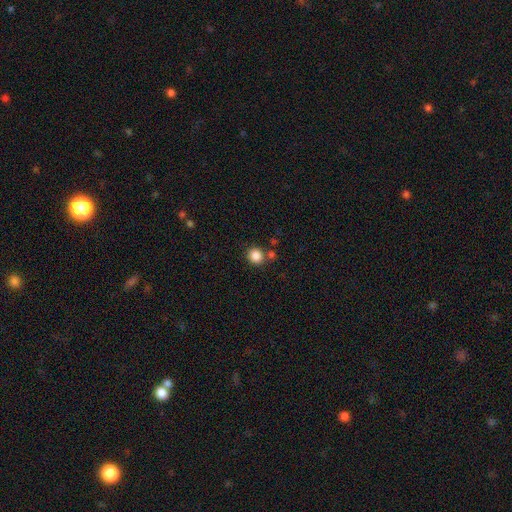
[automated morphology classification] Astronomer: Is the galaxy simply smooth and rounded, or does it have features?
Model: smooth — 86%.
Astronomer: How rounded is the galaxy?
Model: round — 87%.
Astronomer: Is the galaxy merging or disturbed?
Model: none — 76%.